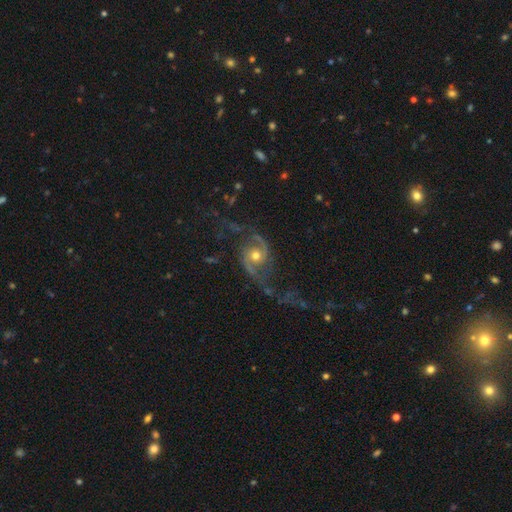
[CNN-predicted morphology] featured or disk 88%, smooth 6%, star or artifact 6%. Down the decision tree: edge-on disk — no (98%); bar — no (73%); spiral arms — yes (97%); spiral arm count — 2 (92%); spiral winding — medium (45%); bulge size — moderate (75%); merging — none (54%).